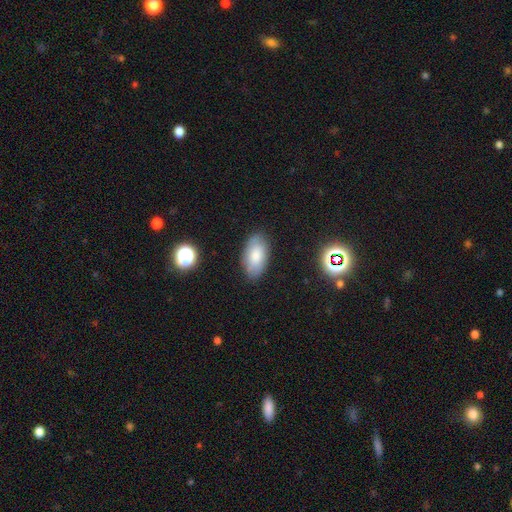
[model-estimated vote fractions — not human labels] A smooth galaxy with no disk features (77%) that is in between round and cigar-shaped (94%). Merging: none (83%).